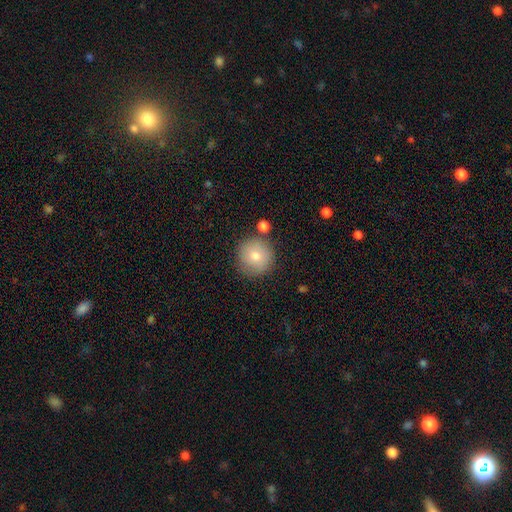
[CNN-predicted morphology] smooth-or-featured: smooth: 78% | featured or disk: 14% | star or artifact: 8%
  how-rounded: round: 95% | in between: 4% | cigar-shaped: 1%
  merging: none: 80% | minor disturbance: 11% | merger: 6% | major disturbance: 3%